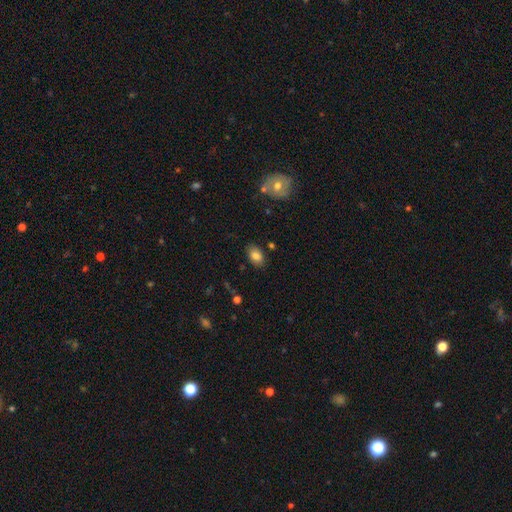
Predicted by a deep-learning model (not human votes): Smooth or featured? Predicted: smooth (p=0.82). How rounded? Predicted: in between (p=0.87). Merging? Predicted: none (p=0.83).